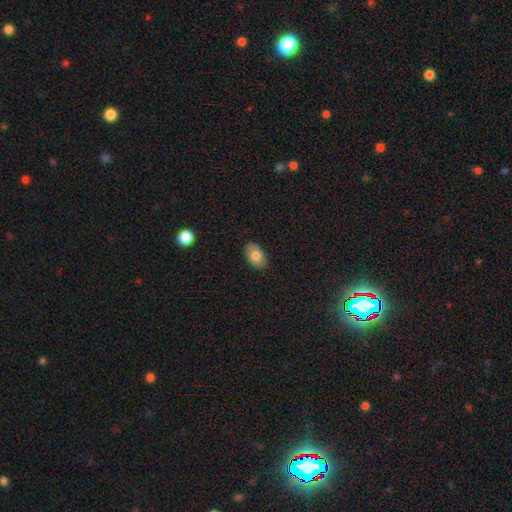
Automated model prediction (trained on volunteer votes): A smooth galaxy with no disk features (77%) that is in between round and cigar-shaped (89%). Merging: none (85%).